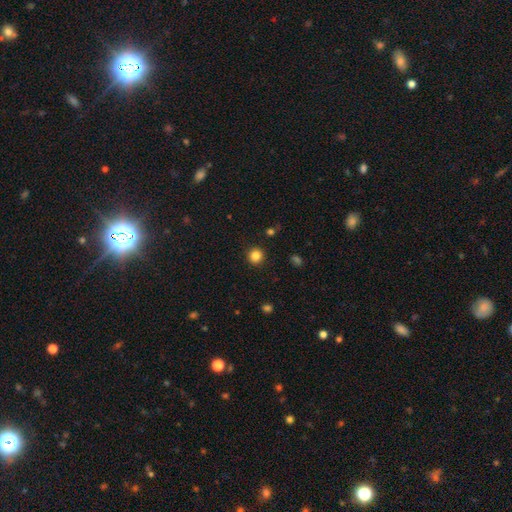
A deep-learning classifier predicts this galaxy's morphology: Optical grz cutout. It shows a smooth galaxy with no disk features (84%) that is round (93%). Merging: none (92%).